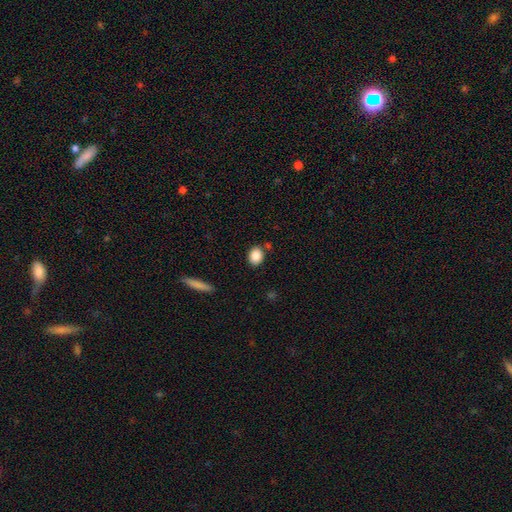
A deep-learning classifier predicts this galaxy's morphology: Smooth or featured? Predicted: smooth (p=0.85). How rounded? Predicted: round (p=0.52). Merging? Predicted: none (p=0.82).